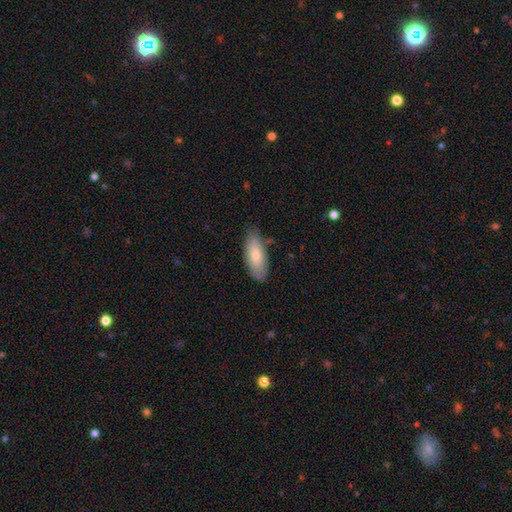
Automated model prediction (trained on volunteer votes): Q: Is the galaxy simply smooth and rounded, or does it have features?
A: smooth — 76%.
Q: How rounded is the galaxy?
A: in between — 83%.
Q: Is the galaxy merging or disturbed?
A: none — 75%.